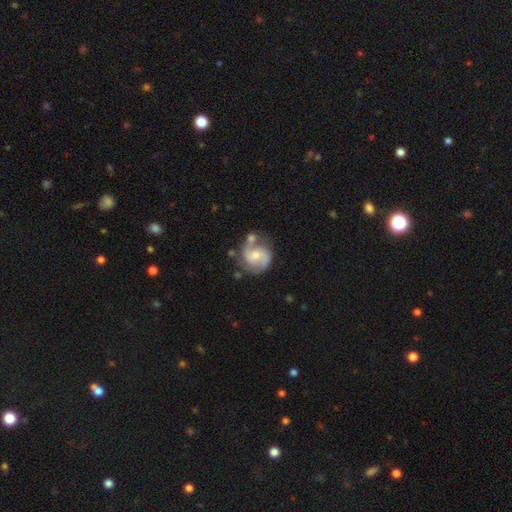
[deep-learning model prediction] The model was most divided on "bar": no: 51%, weak: 41%, strong: 8%. More confident: edge-on disk — no (98%); spiral arms — yes (94%); spiral arm count — 2 (87%); smooth or featured — featured or disk (79%); merging — none (59%); spiral winding — medium (53%); bulge size — moderate (53%).